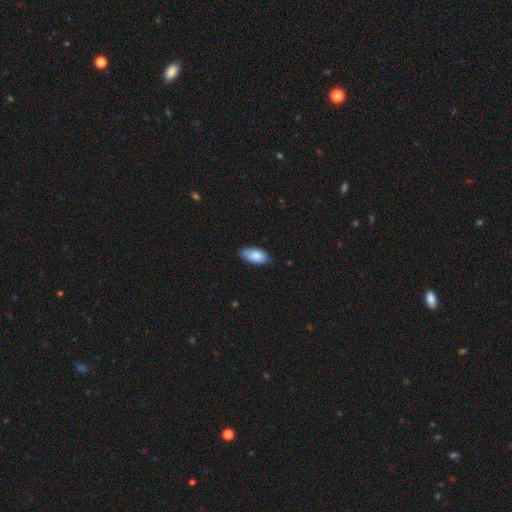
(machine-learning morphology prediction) A smooth galaxy with no disk features (86%) that is in between round and cigar-shaped (93%). Merging: none (81%).